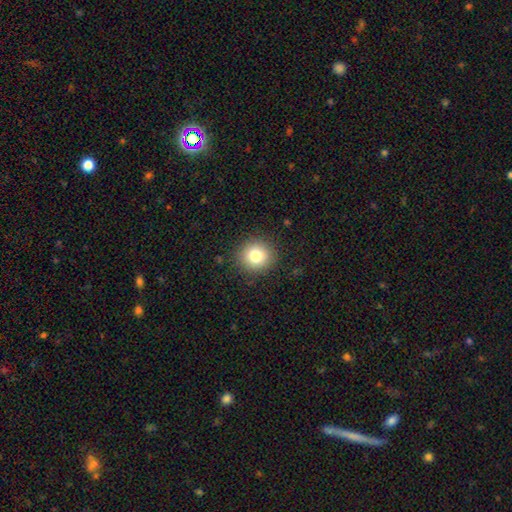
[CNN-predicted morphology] Smooth or featured? Predicted: smooth (p=0.80). How rounded? Predicted: round (p=0.91). Merging? Predicted: none (p=0.90).